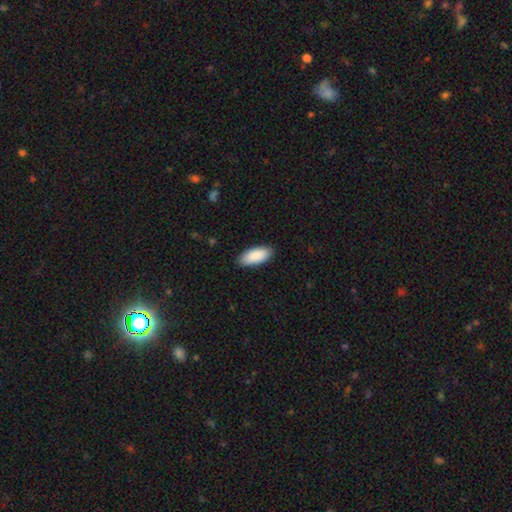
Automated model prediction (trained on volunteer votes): The model was most divided on "how rounded": in between: 89%, cigar-shaped: 10%, round: 2%. More confident: smooth or featured — smooth (90%); merging — none (89%).